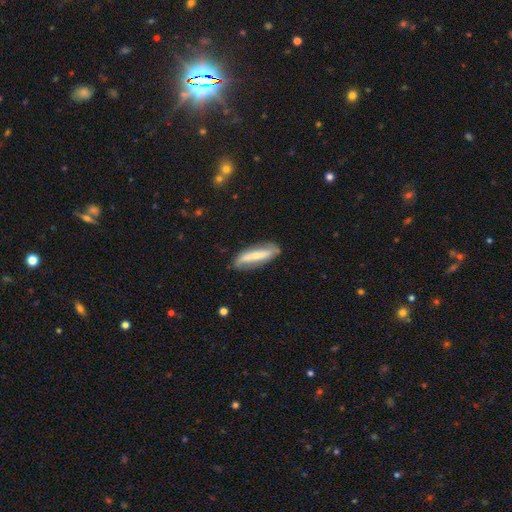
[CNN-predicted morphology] Q: Smooth or featured?
A: featured or disk (53%); runner-up: smooth (41%)
Q: Edge-on disk?
A: no (63%); runner-up: yes (37%)
Q: Merging?
A: none (78%); runner-up: minor disturbance (16%)